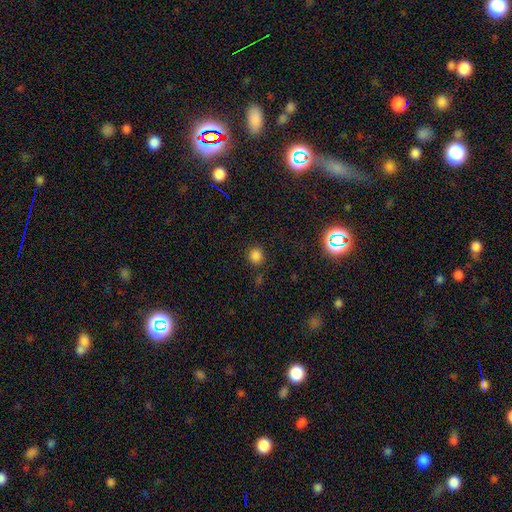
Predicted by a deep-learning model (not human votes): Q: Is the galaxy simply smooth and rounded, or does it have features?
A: smooth — 80%.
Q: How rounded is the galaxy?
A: round — 87%.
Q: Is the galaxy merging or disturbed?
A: none — 83%.